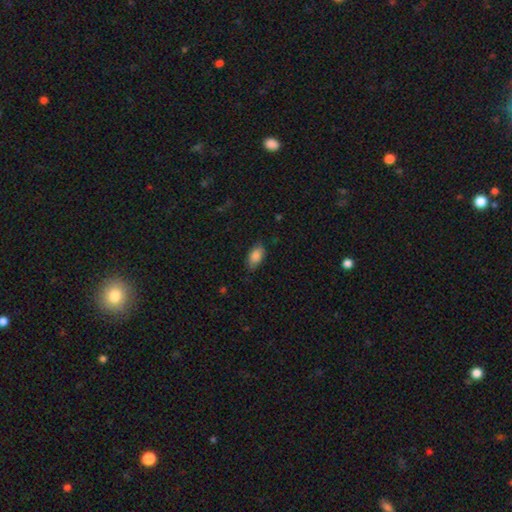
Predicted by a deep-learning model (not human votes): A smooth galaxy with no disk features (86%) that is in between round and cigar-shaped (92%).

Vote fractions:
- Smooth or featured? smooth: 86% / featured or disk: 7% / star or artifact: 7%
- How rounded? in between: 92% / round: 4% / cigar-shaped: 4%
- Merging? none: 77% / minor disturbance: 18% / major disturbance: 4% / merger: 1%